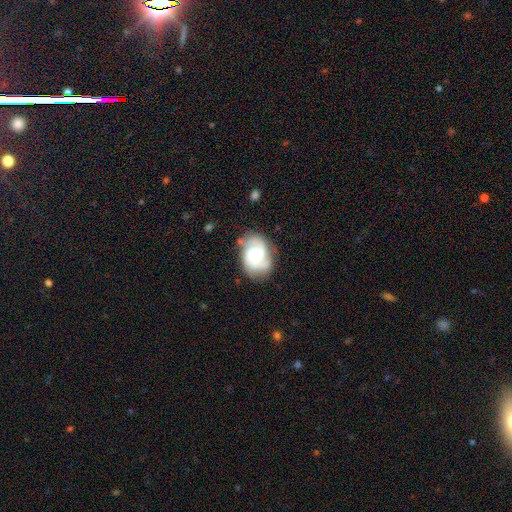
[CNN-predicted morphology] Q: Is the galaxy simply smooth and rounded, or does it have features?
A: featured or disk — 77%.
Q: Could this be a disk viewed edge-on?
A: no — 98%.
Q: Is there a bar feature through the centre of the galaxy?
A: no — 64%.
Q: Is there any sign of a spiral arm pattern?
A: yes — 95%.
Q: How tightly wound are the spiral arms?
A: medium — 46%.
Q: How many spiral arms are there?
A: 2 — 50%.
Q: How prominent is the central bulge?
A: moderate — 54%.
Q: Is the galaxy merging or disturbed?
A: none — 71%.